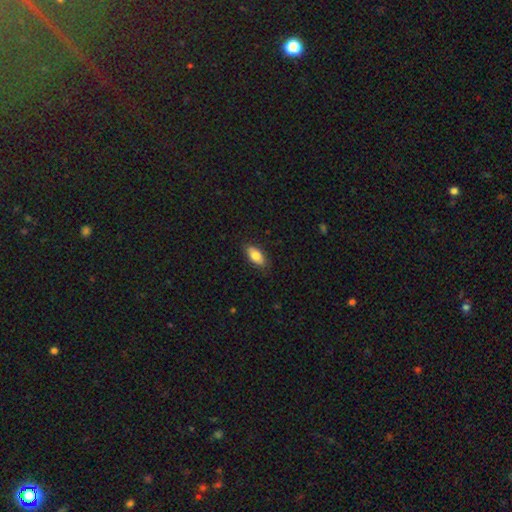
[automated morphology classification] Smooth or featured?
  - smooth: 78% *
  - featured or disk: 15%
  - star or artifact: 7%
How rounded?
  - in between: 86% *
  - cigar-shaped: 11%
  - round: 3%
Merging?
  - none: 84% *
  - minor disturbance: 12%
  - major disturbance: 2%
  - merger: 1%